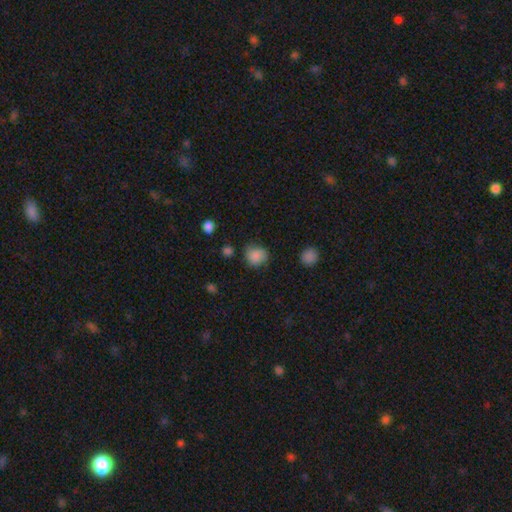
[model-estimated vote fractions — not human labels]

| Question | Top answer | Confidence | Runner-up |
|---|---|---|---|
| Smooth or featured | smooth | 85% | star or artifact (10%) |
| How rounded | round | 80% | in between (19%) |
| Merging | none | 72% | minor disturbance (20%) |